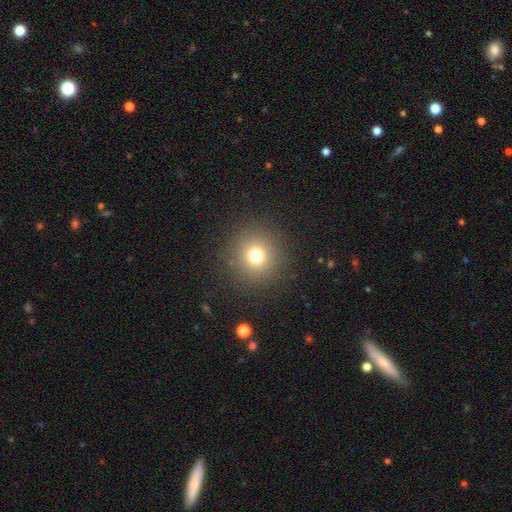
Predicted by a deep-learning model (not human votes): Overall: smooth (74%). How rounded: round (93%). Merging: none (89%).